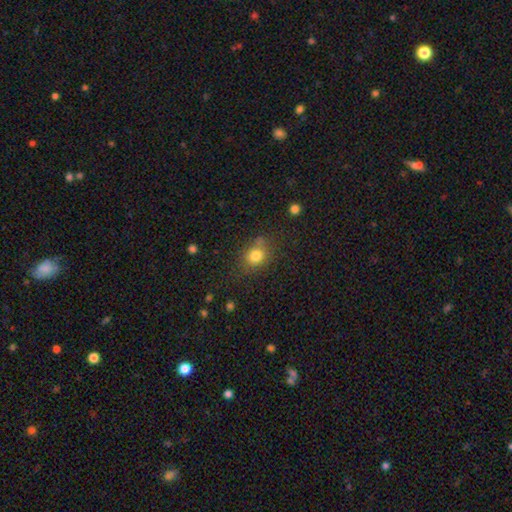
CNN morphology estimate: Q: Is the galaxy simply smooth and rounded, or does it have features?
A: smooth — 79%.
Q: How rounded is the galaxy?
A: round — 59%.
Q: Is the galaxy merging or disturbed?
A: none — 70%.